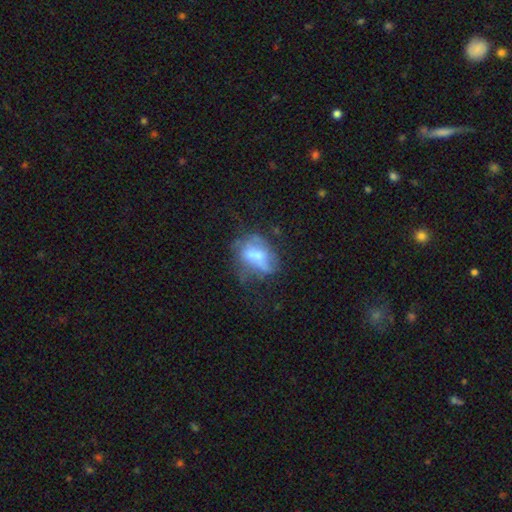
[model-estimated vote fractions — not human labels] The model was most divided on "merging": major disturbance: 34%, none: 31%, minor disturbance: 23%, merger: 11%. Remaining: smooth or featured — featured or disk (47%).